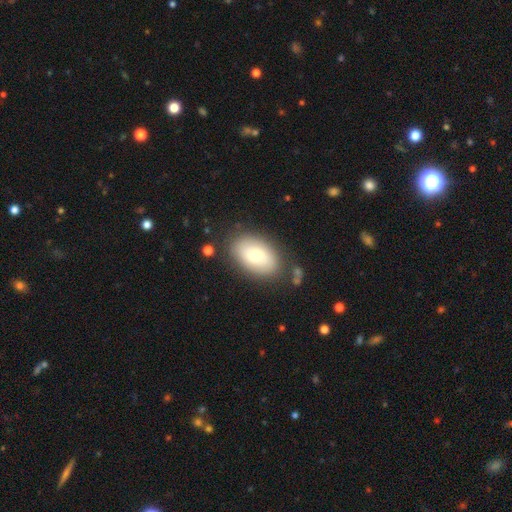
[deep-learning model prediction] This appears to be a smooth galaxy with no disk features (70%) that is in between round and cigar-shaped (89%). Merging: none (80%).